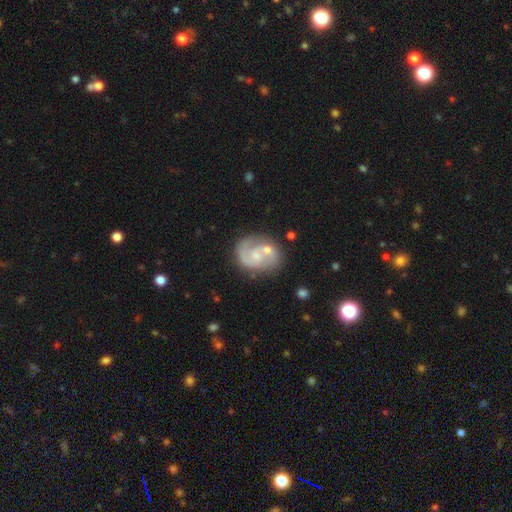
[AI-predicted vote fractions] Morphology: type=featured or disk (77%); edge-on=no (98%); bar=no (67%); spiral arms=yes (89%); winding=medium (48%); arm count=2 (68%); bulge=small (58%); merging=none (51%).